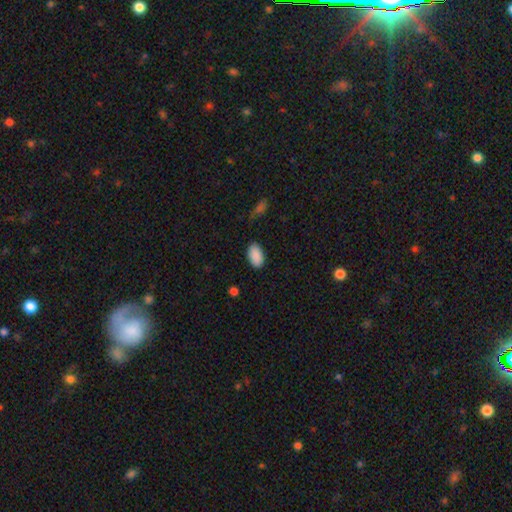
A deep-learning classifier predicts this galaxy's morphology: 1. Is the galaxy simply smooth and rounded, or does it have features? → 91% smooth, 7% star or artifact, 3% featured or disk.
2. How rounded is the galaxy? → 95% in between, 4% round, 2% cigar-shaped.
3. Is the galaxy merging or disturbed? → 87% none, 9% minor disturbance, 2% major disturbance, 1% merger.